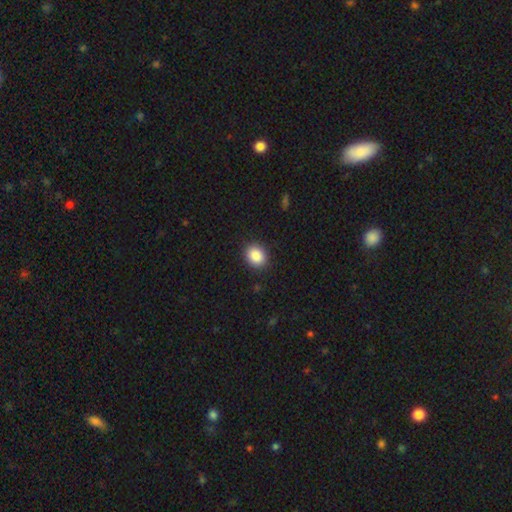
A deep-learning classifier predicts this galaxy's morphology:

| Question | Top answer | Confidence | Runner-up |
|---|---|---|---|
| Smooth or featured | smooth | 88% | star or artifact (8%) |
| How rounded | in between | 54% | round (45%) |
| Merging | none | 89% | minor disturbance (8%) |